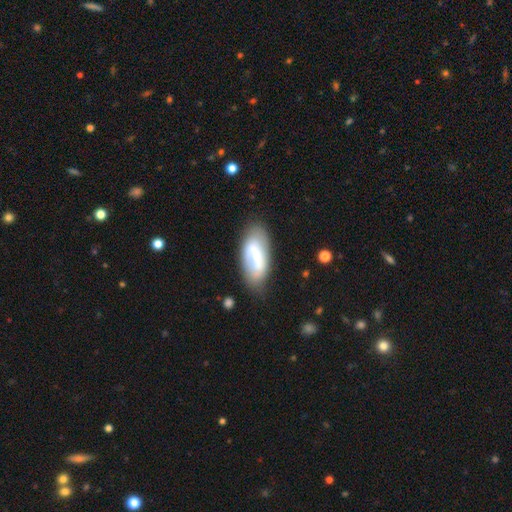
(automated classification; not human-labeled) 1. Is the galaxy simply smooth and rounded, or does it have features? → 57% featured or disk, 37% smooth, 6% star or artifact.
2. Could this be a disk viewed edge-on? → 91% no, 9% yes.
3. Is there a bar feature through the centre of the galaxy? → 41% weak, 35% strong, 24% no.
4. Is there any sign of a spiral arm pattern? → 64% yes, 36% no.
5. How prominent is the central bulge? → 56% small, 35% moderate, 4% none, 4% large, 1% dominant.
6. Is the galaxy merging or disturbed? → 75% none, 18% minor disturbance, 5% major disturbance, 2% merger.